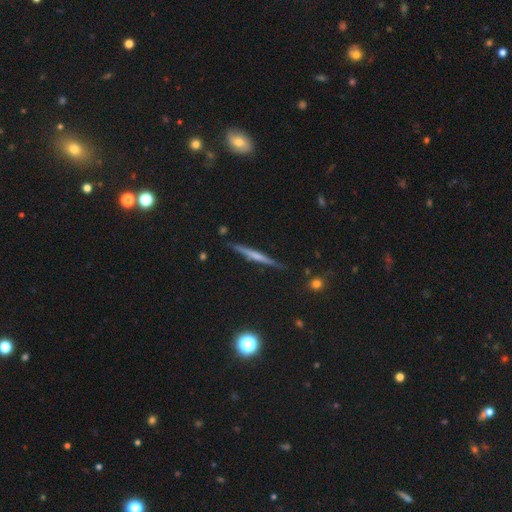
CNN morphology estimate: This appears to be a featured or disk galaxy (55%) viewed edge-on (97%) with no central bulge (59%). Merging: none (88%).